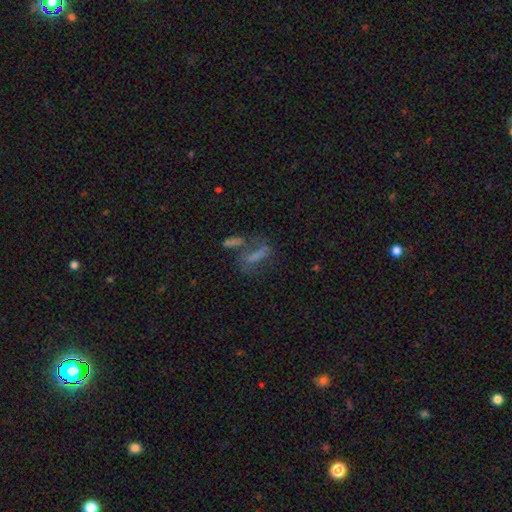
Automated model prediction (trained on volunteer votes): Smooth or featured? Predicted: smooth (p=0.42). Merging? Predicted: none (p=0.39).